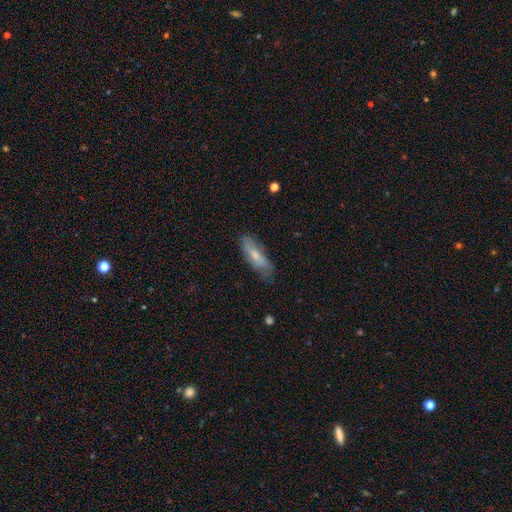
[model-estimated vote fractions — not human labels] smooth_or_featured: smooth (p=0.58) [alt: featured or disk p=0.36]
how_rounded: in between (p=0.53) [alt: cigar-shaped p=0.44]
merging: none (p=0.65) [alt: minor disturbance p=0.26]